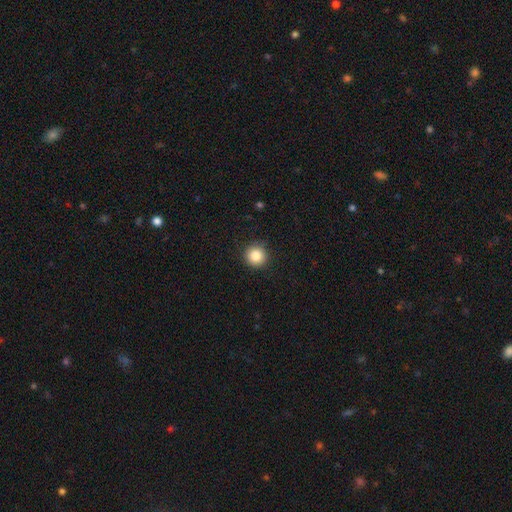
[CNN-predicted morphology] smooth 85%, star or artifact 10%, featured or disk 5%. Down the decision tree: how rounded — round (95%); merging — none (90%).